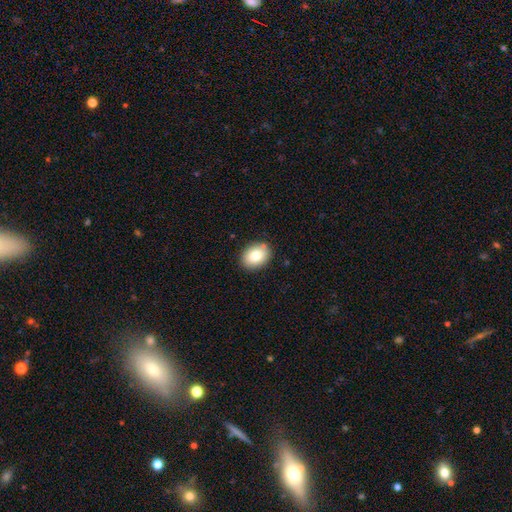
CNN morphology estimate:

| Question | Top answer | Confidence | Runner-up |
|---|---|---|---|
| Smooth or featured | smooth | 81% | featured or disk (11%) |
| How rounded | in between | 66% | round (33%) |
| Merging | none | 87% | minor disturbance (9%) |